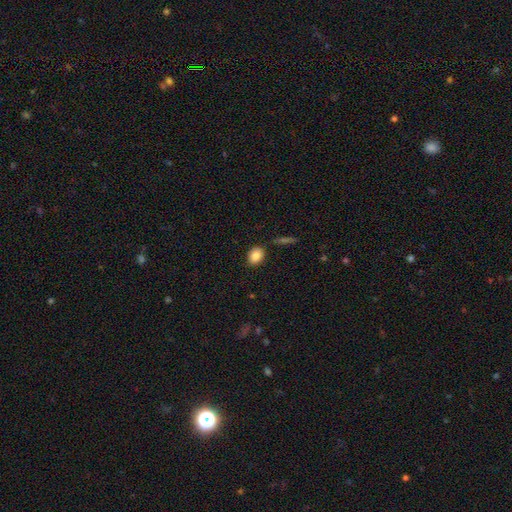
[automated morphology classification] This is clearly a smooth galaxy (86%). How rounded: possibly in between (59%). Merging: clearly none (85%).